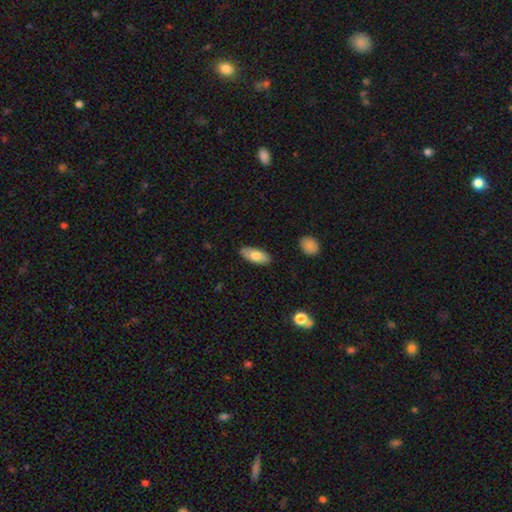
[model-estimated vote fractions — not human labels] Q: Smooth or featured?
A: smooth (75%); runner-up: featured or disk (19%)
Q: How rounded?
A: in between (86%); runner-up: cigar-shaped (12%)
Q: Merging?
A: none (87%); runner-up: minor disturbance (10%)